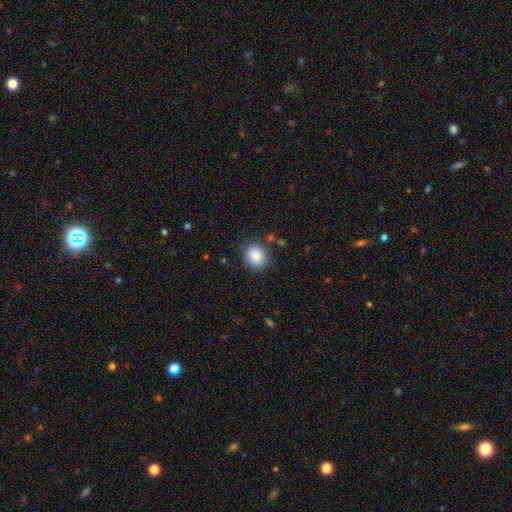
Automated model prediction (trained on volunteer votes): Smooth or featured: smooth — 88% (star or artifact — 8%)
How rounded: round — 68% (in between — 31%)
Merging: none — 83% (minor disturbance — 11%)